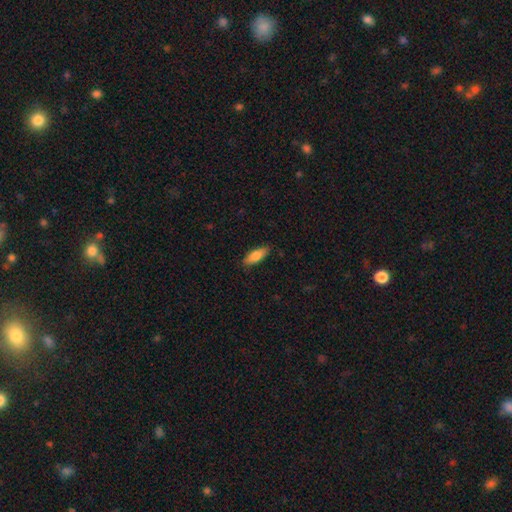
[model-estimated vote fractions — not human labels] smooth 81%, featured or disk 12%, star or artifact 6%. Down the decision tree: how rounded — in between (71%); merging — none (86%).